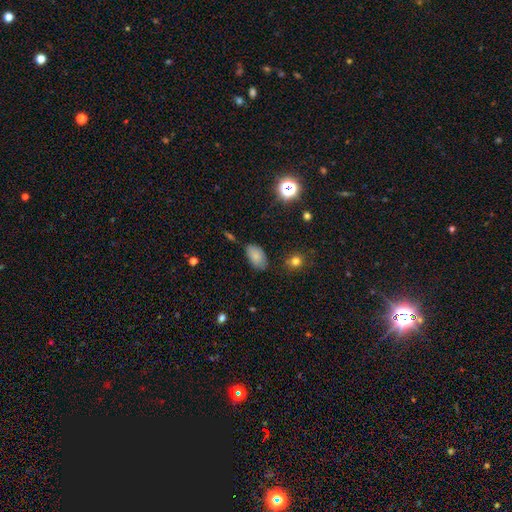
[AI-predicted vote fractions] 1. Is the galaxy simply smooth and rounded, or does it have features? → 81% smooth, 10% star or artifact, 8% featured or disk.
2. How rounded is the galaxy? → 93% in between, 5% round, 2% cigar-shaped.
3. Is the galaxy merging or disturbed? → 71% none, 22% minor disturbance, 4% major disturbance, 3% merger.